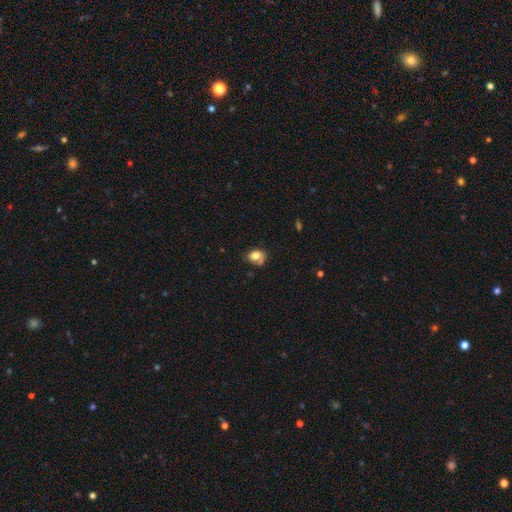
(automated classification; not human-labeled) smooth_or_featured: smooth (p=0.72) [alt: featured or disk p=0.18]
how_rounded: in between (p=0.55) [alt: round p=0.44]
merging: none (p=0.47) [alt: minor disturbance p=0.30]